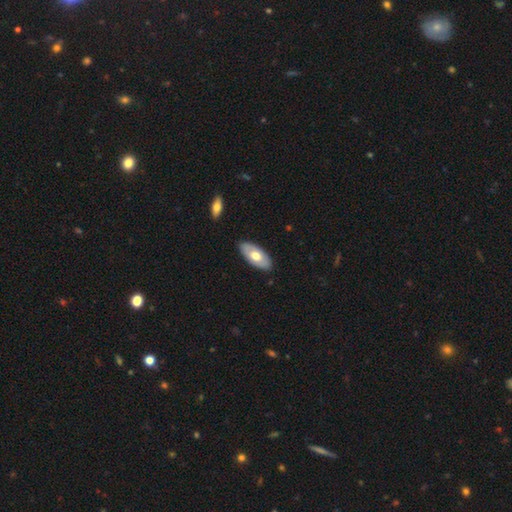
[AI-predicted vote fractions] Smooth or featured: smooth — 59% (featured or disk — 36%)
How rounded: in between — 92% (cigar-shaped — 6%)
Merging: none — 87% (minor disturbance — 9%)